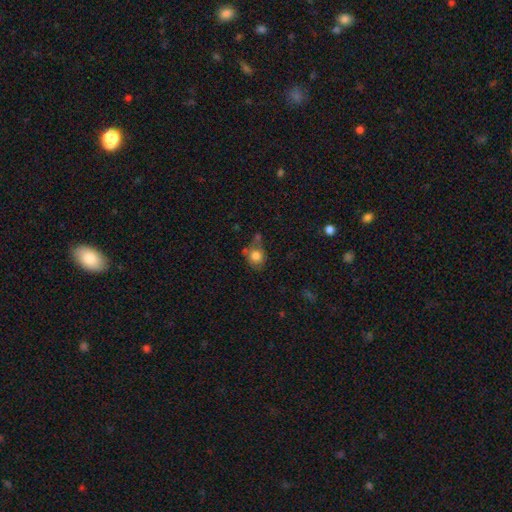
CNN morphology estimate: Q: Smooth or featured?
A: smooth (79%); runner-up: featured or disk (11%)
Q: How rounded?
A: round (69%); runner-up: in between (30%)
Q: Merging?
A: none (49%); runner-up: minor disturbance (25%)